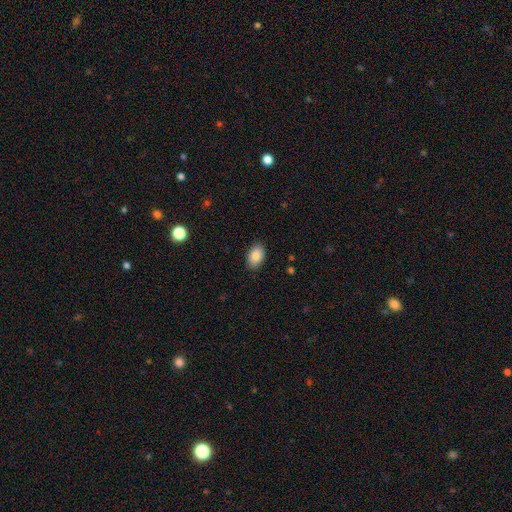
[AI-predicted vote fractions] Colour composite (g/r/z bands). It shows a smooth galaxy with no disk features (85%) that is in between round and cigar-shaped (91%). Merging: none (87%).